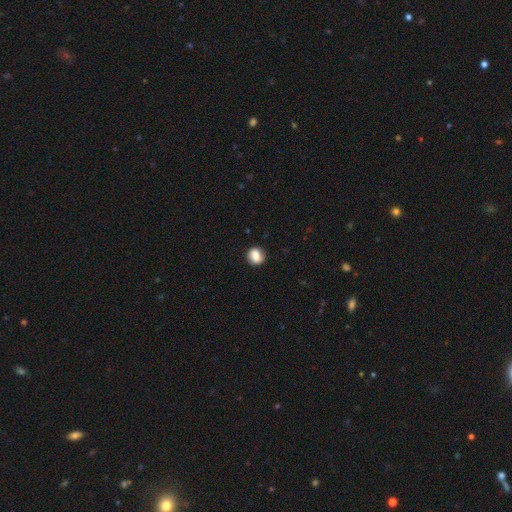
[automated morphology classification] The model was most divided on "how rounded": round: 66%, in between: 33%, cigar-shaped: 1%. More confident: merging — none (84%); smooth or featured — smooth (80%).